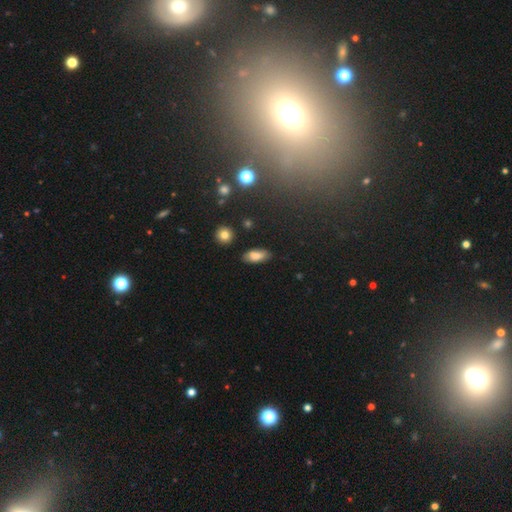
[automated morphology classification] The model was most divided on "merging": none: 75%, minor disturbance: 17%, merger: 4%, major disturbance: 4%. More confident: how rounded — in between (85%); smooth or featured — smooth (76%).